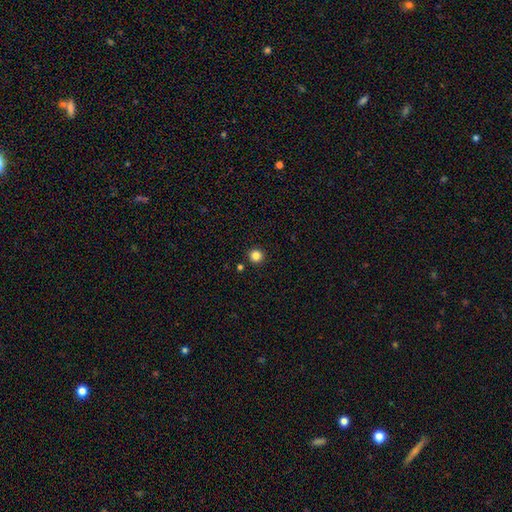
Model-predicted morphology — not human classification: The model was most divided on "smooth or featured": smooth: 83%, star or artifact: 12%, featured or disk: 4%. More confident: how rounded — round (96%); merging — none (92%).